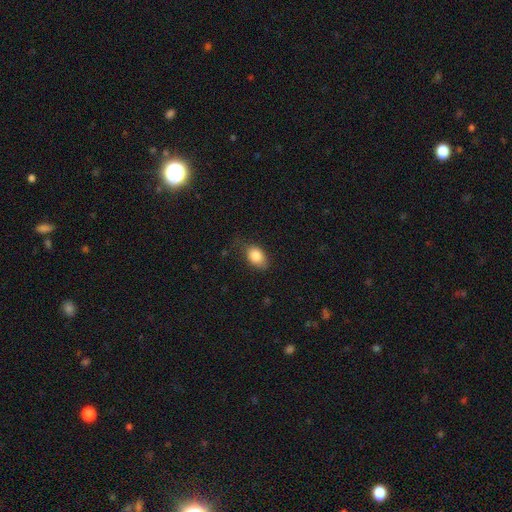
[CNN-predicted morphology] smooth-or-featured: smooth: 85% | star or artifact: 8% | featured or disk: 8%
  how-rounded: in between: 84% | round: 15% | cigar-shaped: 2%
  merging: none: 67% | minor disturbance: 25% | major disturbance: 7% | merger: 1%